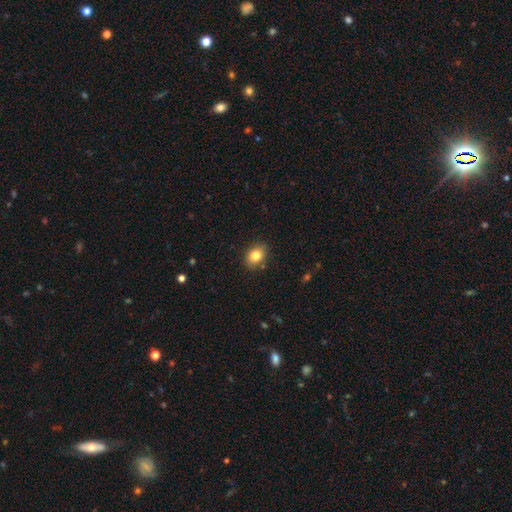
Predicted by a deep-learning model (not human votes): Morphology: type=smooth (82%); roundness=in between (69%); merging=none (86%).